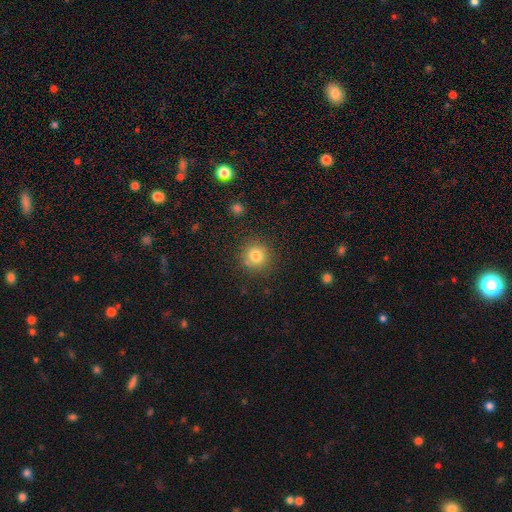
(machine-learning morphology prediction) The model was most divided on "smooth or featured": smooth: 81%, star or artifact: 12%, featured or disk: 7%. More confident: how rounded — round (92%); merging — none (85%).